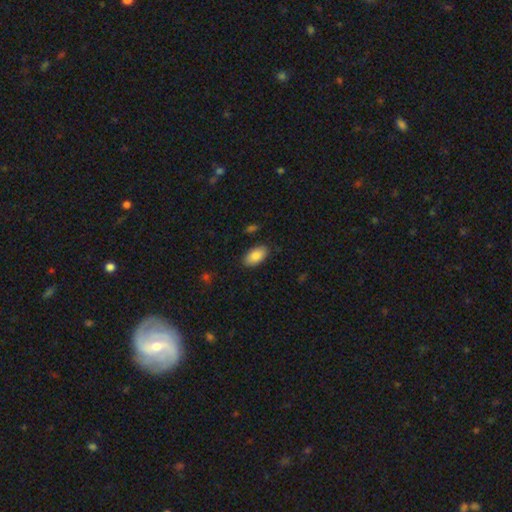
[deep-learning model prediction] This appears to be a smooth galaxy with no disk features (87%) that is in between round and cigar-shaped (94%). Merging: none (86%).